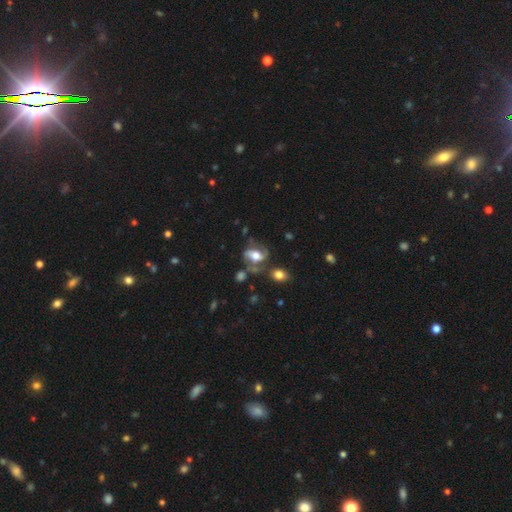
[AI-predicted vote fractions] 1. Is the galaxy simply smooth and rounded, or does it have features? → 68% featured or disk, 24% smooth, 8% star or artifact.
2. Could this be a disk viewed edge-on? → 95% no, 5% yes.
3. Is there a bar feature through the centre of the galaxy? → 36% no, 34% weak, 30% strong.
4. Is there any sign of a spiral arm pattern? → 84% yes, 16% no.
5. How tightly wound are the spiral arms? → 46% medium, 36% loose, 17% tight.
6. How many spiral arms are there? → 87% 2, 6% can't tell, 4% 1, 1% 3, 1% 4, 1% more than 4.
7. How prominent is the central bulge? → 59% moderate, 28% large, 8% small, 3% dominant, 2% none.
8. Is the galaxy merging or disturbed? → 54% none, 20% minor disturbance, 14% major disturbance, 12% merger.